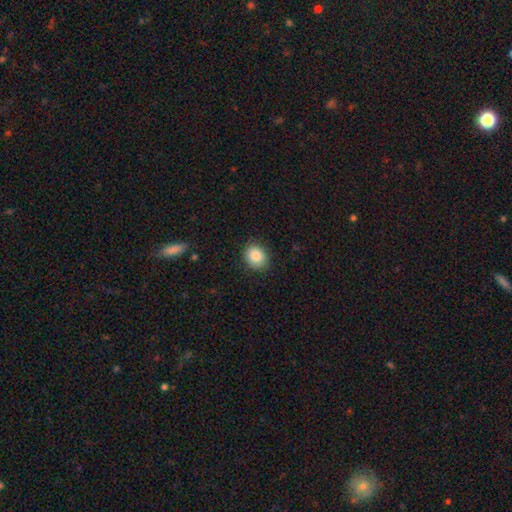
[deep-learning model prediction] Smooth or featured? Predicted: smooth (p=0.86). How rounded? Predicted: round (p=0.62). Merging? Predicted: none (p=0.88).